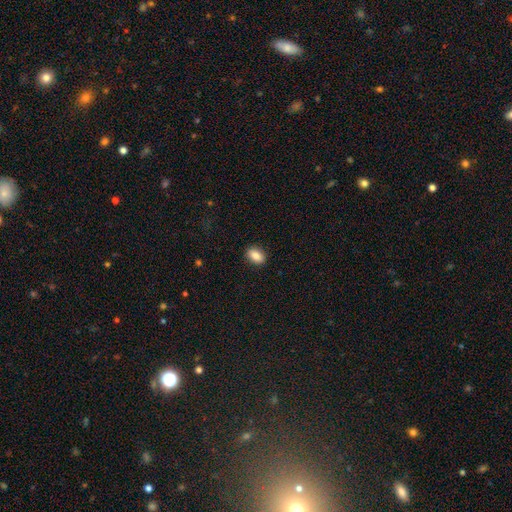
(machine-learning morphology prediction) Q: Smooth or featured?
A: smooth (86%); runner-up: star or artifact (8%)
Q: How rounded?
A: in between (82%); runner-up: round (17%)
Q: Merging?
A: none (90%); runner-up: minor disturbance (7%)